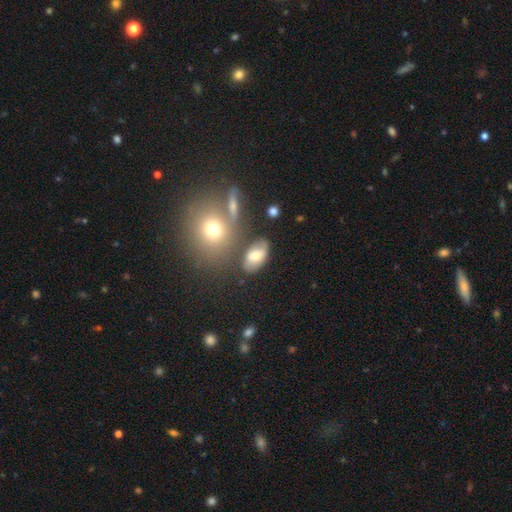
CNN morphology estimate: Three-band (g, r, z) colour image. It shows a smooth galaxy with no disk features (67%) that is in between round and cigar-shaped (89%). Merging: none (68%).